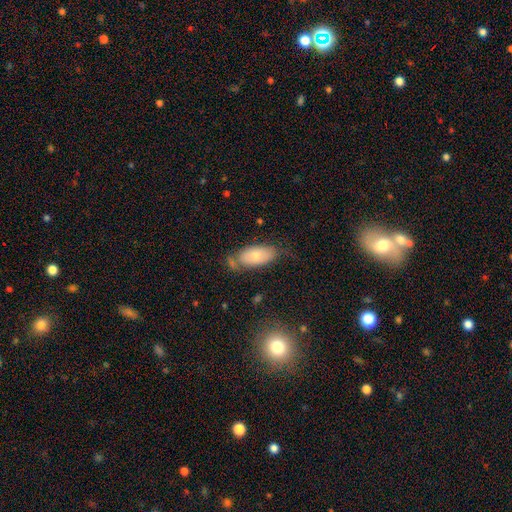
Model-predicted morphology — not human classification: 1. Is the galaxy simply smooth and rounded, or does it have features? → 71% smooth, 21% featured or disk, 7% star or artifact.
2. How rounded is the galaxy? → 92% in between, 5% cigar-shaped, 3% round.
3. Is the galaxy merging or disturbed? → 58% none, 24% minor disturbance, 10% merger, 8% major disturbance.